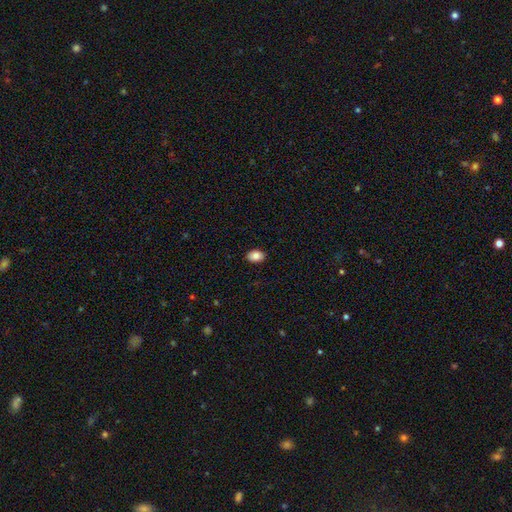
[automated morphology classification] Q: Smooth or featured?
A: smooth (84%); runner-up: featured or disk (9%)
Q: How rounded?
A: in between (84%); runner-up: round (14%)
Q: Merging?
A: none (89%); runner-up: minor disturbance (8%)